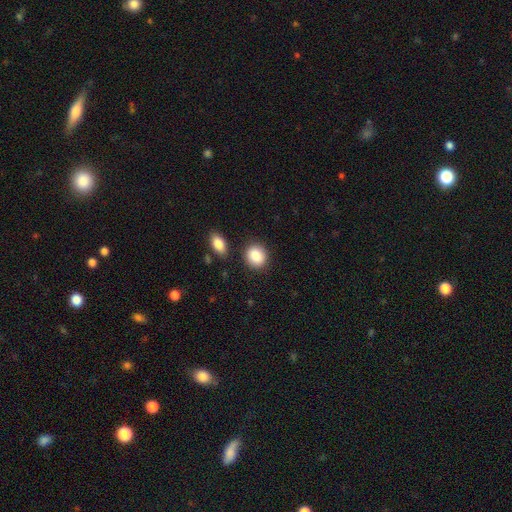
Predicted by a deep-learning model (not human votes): Smooth or featured: smooth — 88% (star or artifact — 7%)
How rounded: round — 65% (in between — 34%)
Merging: none — 83% (minor disturbance — 9%)